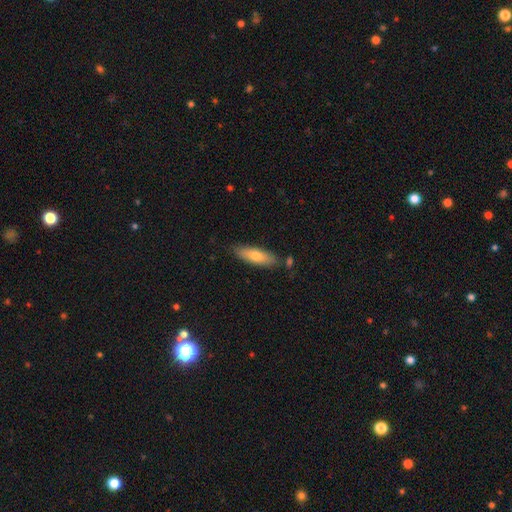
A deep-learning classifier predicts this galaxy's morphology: type=smooth (69%); roundness=cigar-shaped (51%); merging=none (81%).